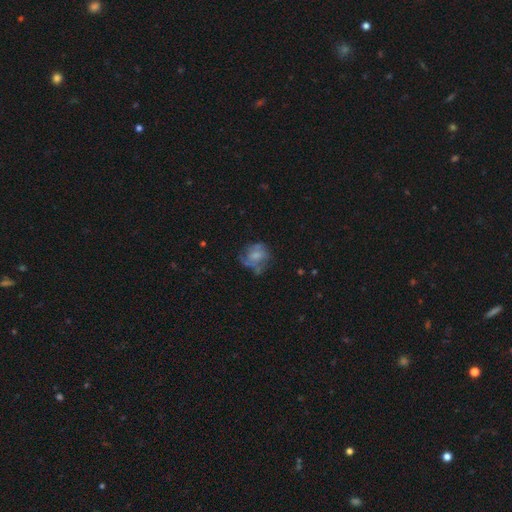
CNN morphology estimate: type=featured or disk (52%); edge-on=no (97%); bar=no (72%); spiral arms=no (51%); bulge=moderate (35%); merging=none (48%).